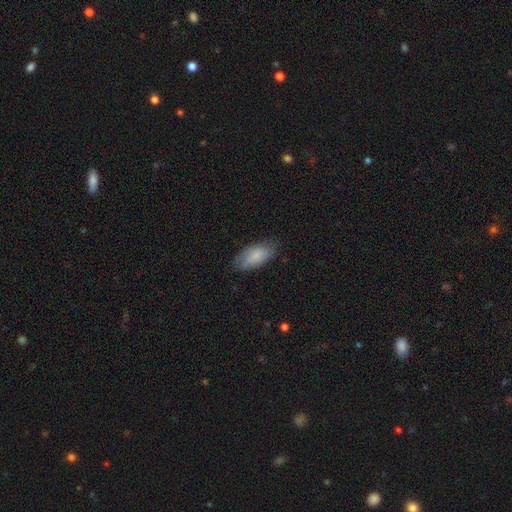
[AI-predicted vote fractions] A smooth galaxy with no disk features (77%) that is in between round and cigar-shaped (91%). Merging: none (71%).